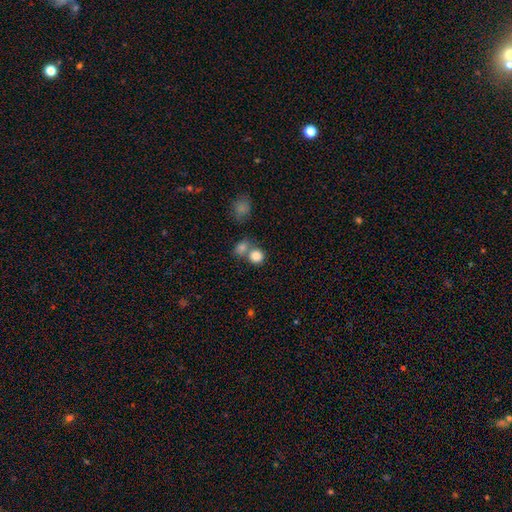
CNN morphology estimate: Overall: smooth (83%). How rounded: round (85%). Merging: none (50%; merger 38%).